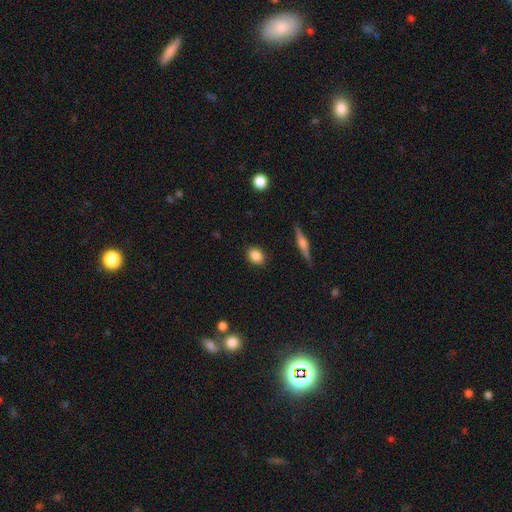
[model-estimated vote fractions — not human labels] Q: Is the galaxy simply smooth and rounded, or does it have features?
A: smooth — 85%.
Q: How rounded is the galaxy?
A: in between — 52%.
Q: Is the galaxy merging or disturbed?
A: none — 89%.